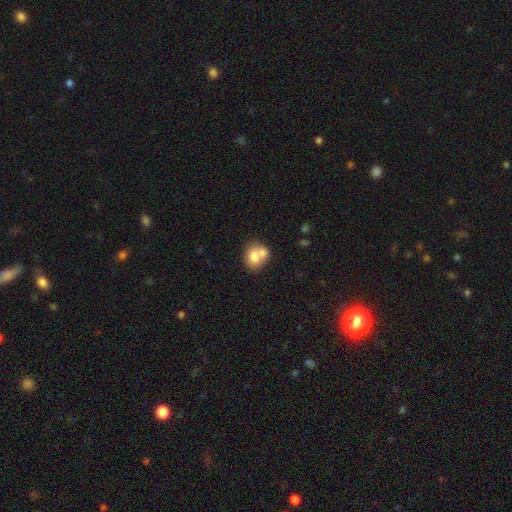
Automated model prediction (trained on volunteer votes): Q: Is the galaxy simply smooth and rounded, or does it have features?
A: smooth — 72%.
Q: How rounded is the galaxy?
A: round — 55%.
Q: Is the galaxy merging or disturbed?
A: merger — 53%.